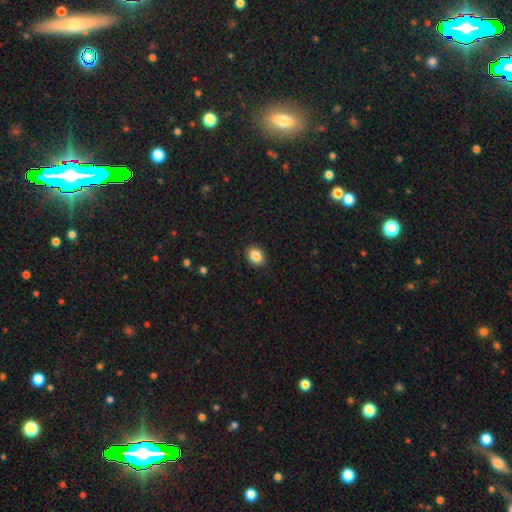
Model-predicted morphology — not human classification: smooth-or-featured: smooth: 88% | star or artifact: 8% | featured or disk: 4%
  how-rounded: in between: 58% | round: 41% | cigar-shaped: 1%
  merging: none: 90% | minor disturbance: 7% | major disturbance: 2% | merger: 1%